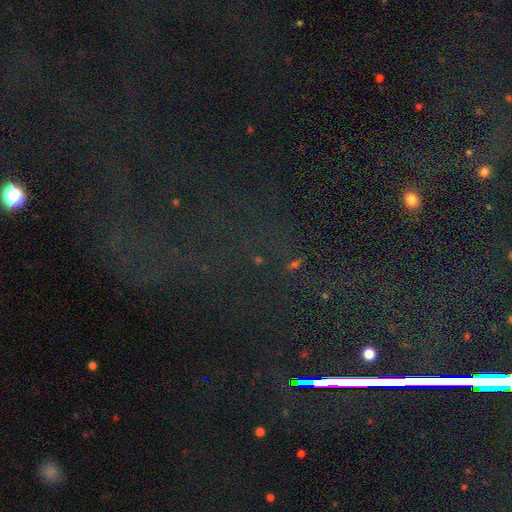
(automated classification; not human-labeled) This appears to be a star or artifact, not a galaxy (82%).